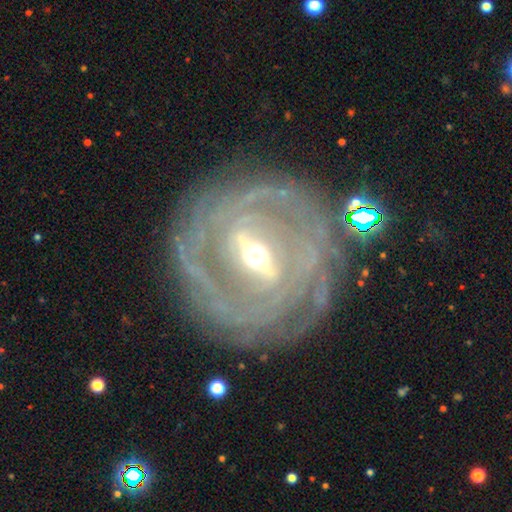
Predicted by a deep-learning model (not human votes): featured or disk 91%, star or artifact 5%, smooth 4%. Down the decision tree: edge-on disk — no (93%); bar — strong (70%); spiral arms — yes (95%); spiral arm count — can't tell (28%); spiral winding — tight (71%); bulge size — moderate (51%); merging — none (76%).